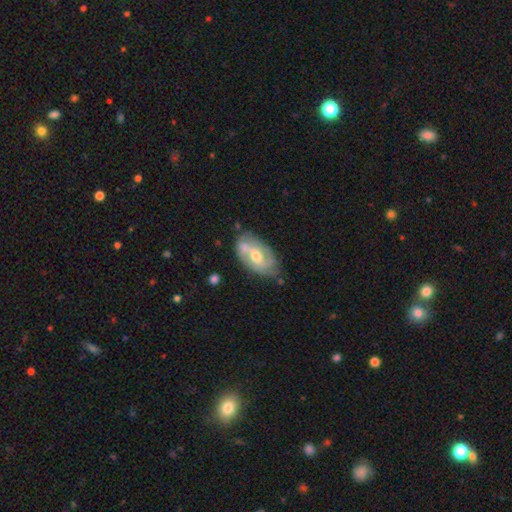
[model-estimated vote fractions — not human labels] This appears to be a featured or disk galaxy (77%) with a weak bar (45%), 2 (58%) tight (48%) spiral arms (84%) and a moderate central bulge (69%). Merging: none (62%).